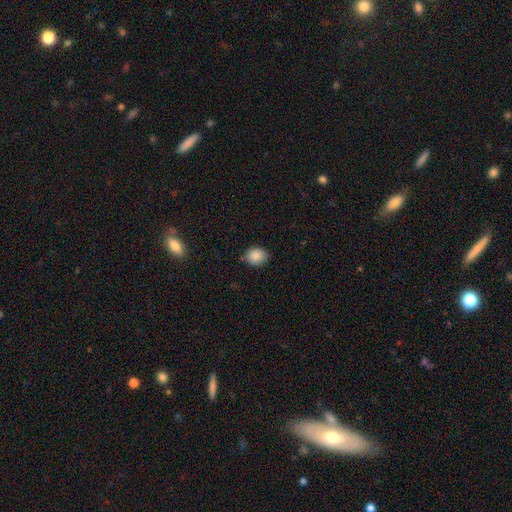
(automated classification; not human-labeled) A smooth galaxy with no disk features (87%) that is round (57%).

Vote fractions:
- Smooth or featured? smooth: 87% / star or artifact: 9% / featured or disk: 4%
- How rounded? round: 57% / in between: 42% / cigar-shaped: 1%
- Merging? none: 81% / minor disturbance: 14% / major disturbance: 3% / merger: 2%